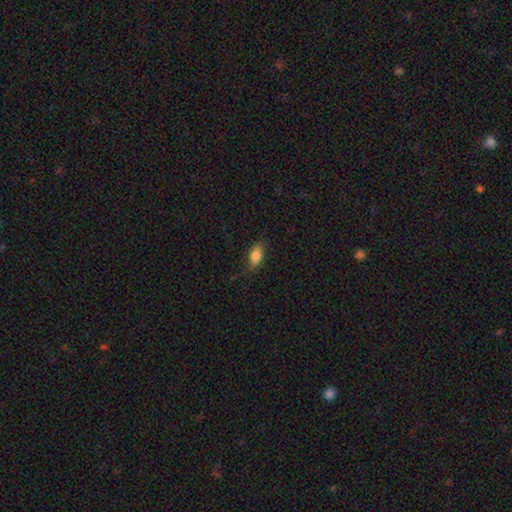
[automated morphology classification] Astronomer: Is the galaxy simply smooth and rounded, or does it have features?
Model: smooth — 83%.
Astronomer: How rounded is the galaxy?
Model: in between — 89%.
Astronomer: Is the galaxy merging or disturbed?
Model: none — 76%.